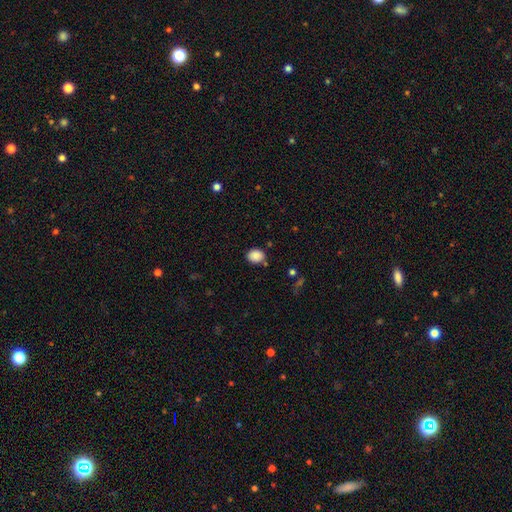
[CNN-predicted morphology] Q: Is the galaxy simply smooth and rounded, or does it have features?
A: smooth — 88%.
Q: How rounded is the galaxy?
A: round — 55%.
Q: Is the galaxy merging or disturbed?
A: none — 81%.